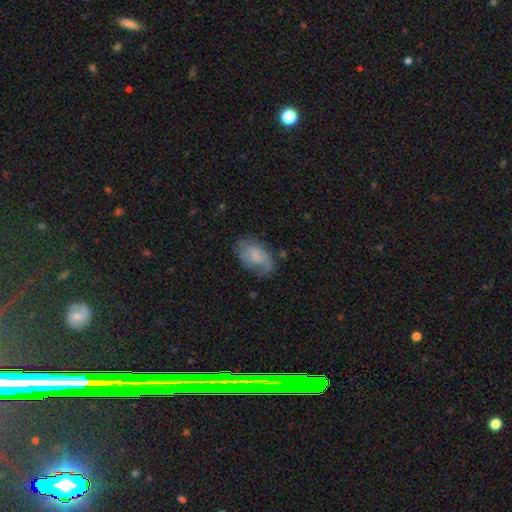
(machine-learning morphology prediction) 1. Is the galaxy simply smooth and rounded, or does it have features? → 56% smooth, 36% featured or disk, 8% star or artifact.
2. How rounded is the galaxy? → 91% in between, 7% round, 2% cigar-shaped.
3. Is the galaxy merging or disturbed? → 62% none, 25% minor disturbance, 10% major disturbance, 2% merger.